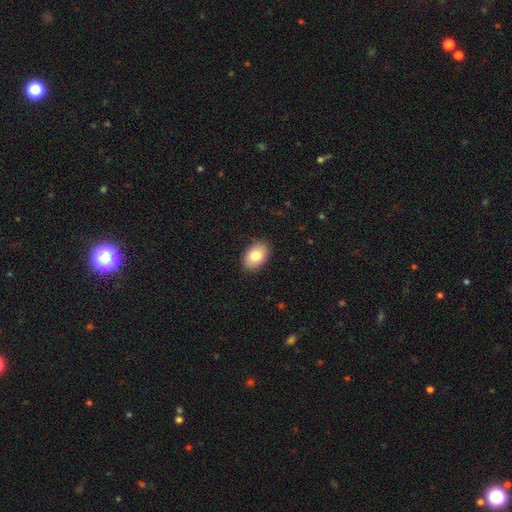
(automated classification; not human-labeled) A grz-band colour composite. It shows a smooth galaxy with no disk features (83%) that is in between round and cigar-shaped (86%). Merging: none (88%).